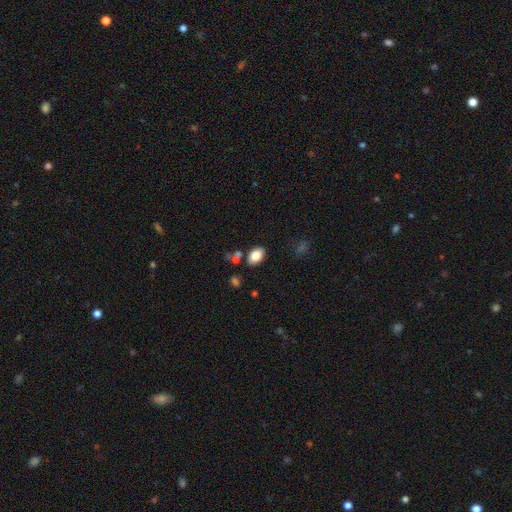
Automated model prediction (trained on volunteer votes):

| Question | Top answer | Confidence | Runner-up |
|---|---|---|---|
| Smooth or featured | smooth | 82% | featured or disk (10%) |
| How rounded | in between | 88% | round (11%) |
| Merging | none | 77% | minor disturbance (13%) |